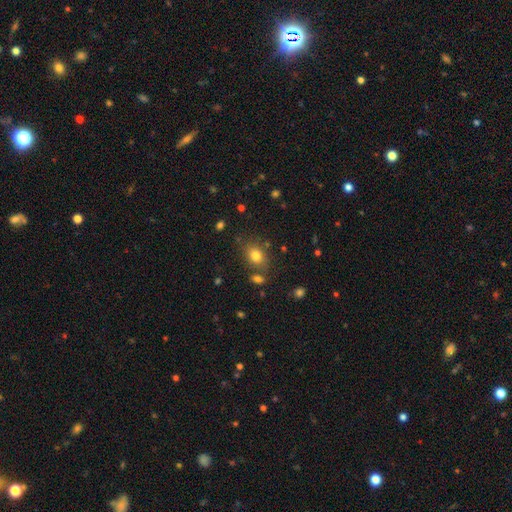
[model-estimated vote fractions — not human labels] Smooth or featured? smooth (80%)
How rounded? in between (67%)
Merging? none (73%)